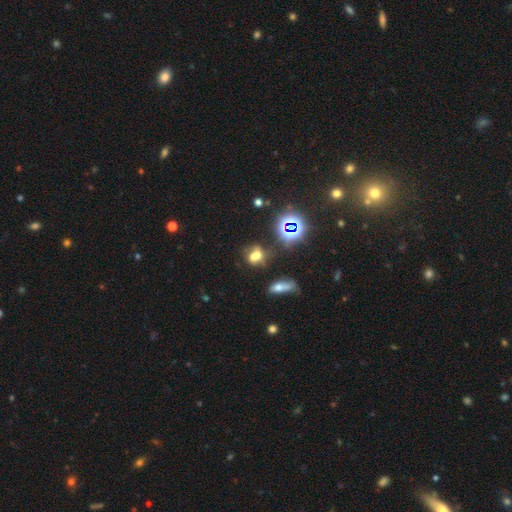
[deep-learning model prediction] smooth-or-featured: smooth: 47% | star or artifact: 35% | featured or disk: 19%
  merging: none: 39% | merger: 34% | minor disturbance: 16% | major disturbance: 11%